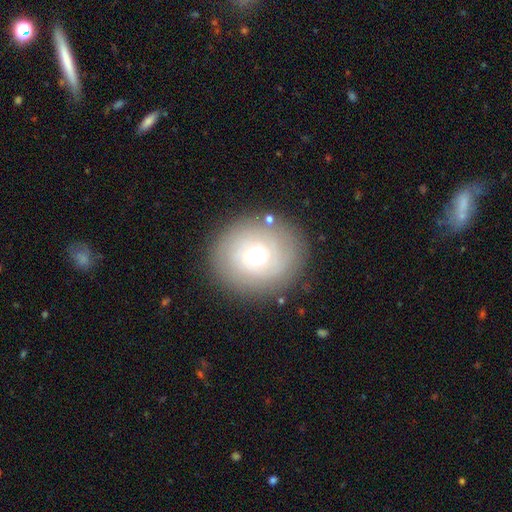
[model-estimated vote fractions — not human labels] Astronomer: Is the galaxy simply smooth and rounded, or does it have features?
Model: smooth — 46% (runner-up: featured or disk, 44%).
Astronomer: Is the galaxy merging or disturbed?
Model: none — 84%.